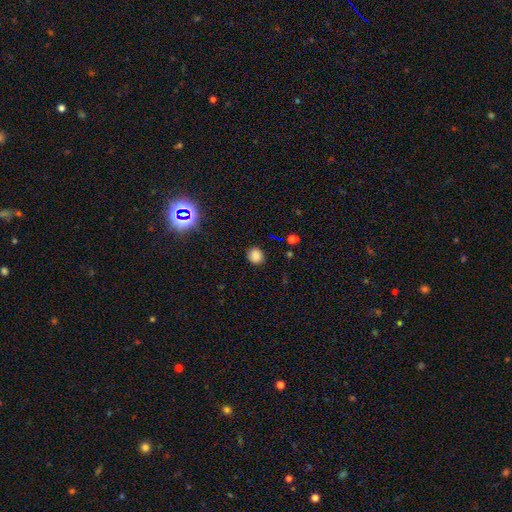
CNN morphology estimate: smooth 82%, star or artifact 14%, featured or disk 4%. Down the decision tree: how rounded — round (83%); merging — none (88%).